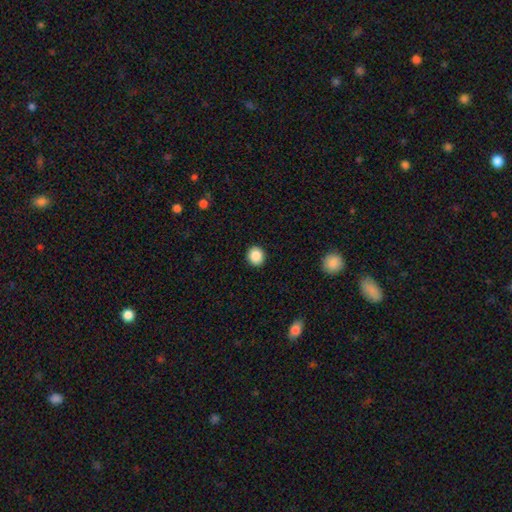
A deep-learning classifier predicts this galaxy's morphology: smooth-or-featured: smooth: 88% | star or artifact: 9% | featured or disk: 3%
  how-rounded: round: 84% | in between: 15% | cigar-shaped: 1%
  merging: none: 92% | minor disturbance: 6% | major disturbance: 2% | merger: 1%